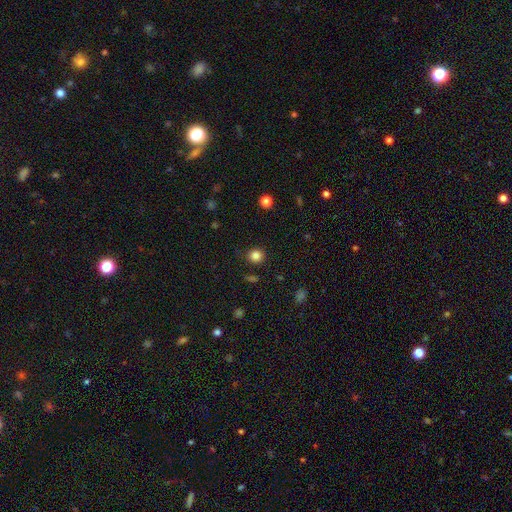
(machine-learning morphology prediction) This is clearly a smooth galaxy (84%). How rounded: clearly round (86%). Merging: clearly none (88%).